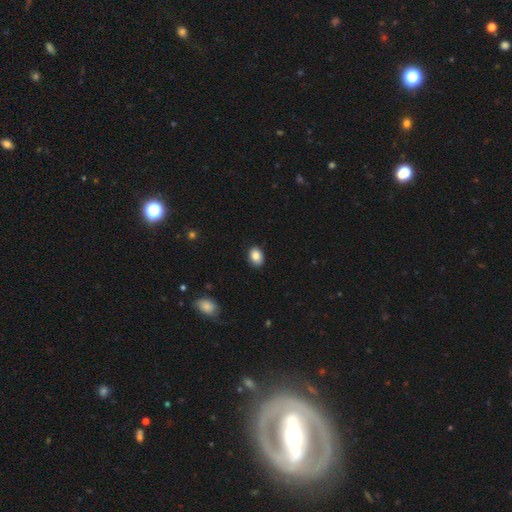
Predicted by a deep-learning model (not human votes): Q: Smooth or featured?
A: smooth (86%); runner-up: star or artifact (8%)
Q: How rounded?
A: in between (74%); runner-up: round (25%)
Q: Merging?
A: none (86%); runner-up: minor disturbance (11%)